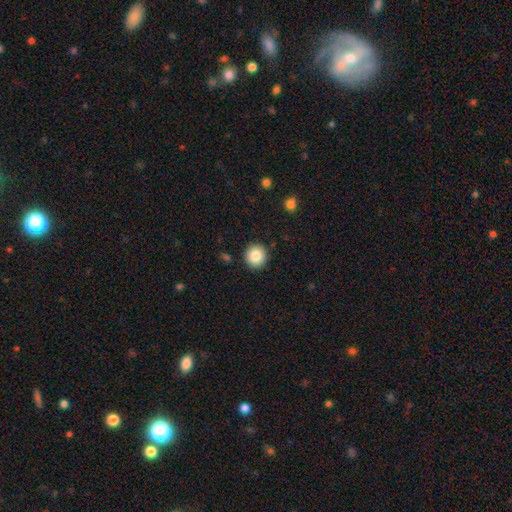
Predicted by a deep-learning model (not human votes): Smooth or featured? smooth (85%)
How rounded? round (94%)
Merging? none (91%)